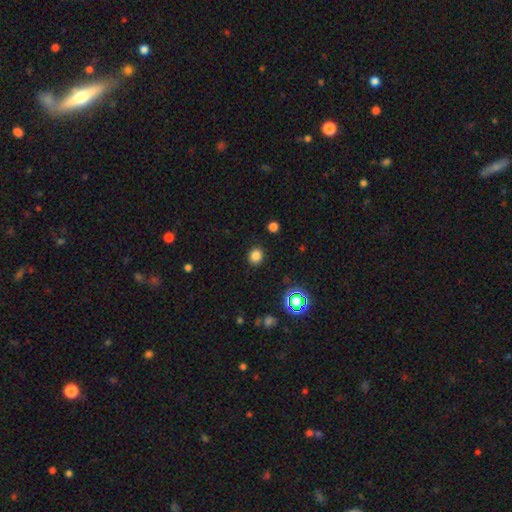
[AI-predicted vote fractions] Overall: smooth (82%). How rounded: round (79%). Merging: none (90%).